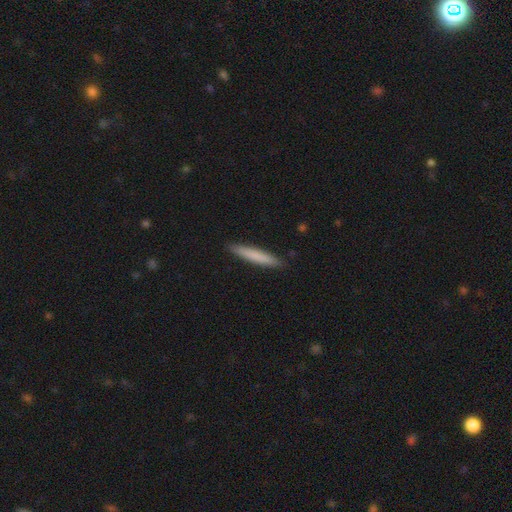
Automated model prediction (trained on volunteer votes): smooth 76%, featured or disk 18%, star or artifact 6%. Down the decision tree: how rounded — cigar-shaped (95%); merging — none (91%).